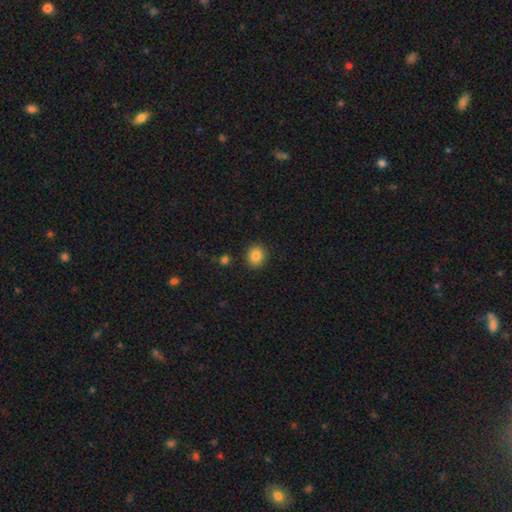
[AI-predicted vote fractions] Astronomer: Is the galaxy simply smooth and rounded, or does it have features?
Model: smooth — 86%.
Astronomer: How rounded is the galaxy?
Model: round — 72%.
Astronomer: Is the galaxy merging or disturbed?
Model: none — 89%.